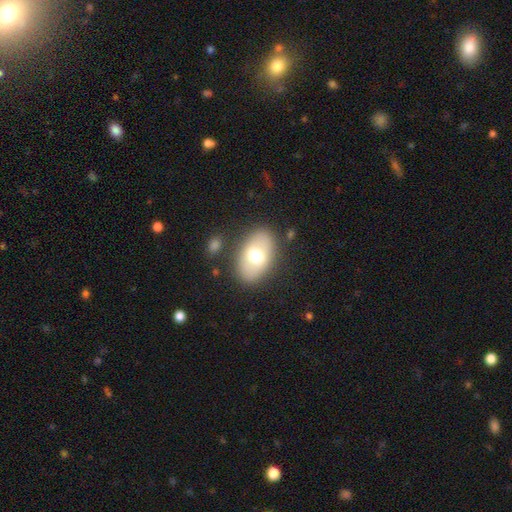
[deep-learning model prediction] smooth_or_featured: smooth (p=0.63) [alt: featured or disk p=0.30]
how_rounded: in between (p=0.88) [alt: round p=0.11]
merging: none (p=0.81) [alt: minor disturbance p=0.11]